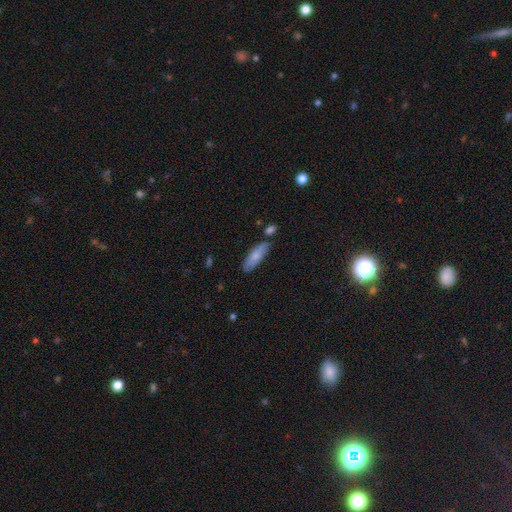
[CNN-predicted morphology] This is likely a smooth galaxy (73%). How rounded: likely in between (61%). Merging: likely none (72%).